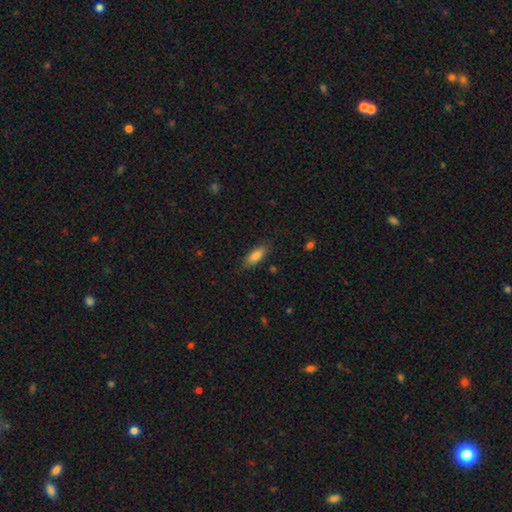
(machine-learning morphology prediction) The model was most divided on "how rounded": in between: 74%, cigar-shaped: 24%, round: 2%. More confident: smooth or featured — smooth (84%); merging — none (82%).